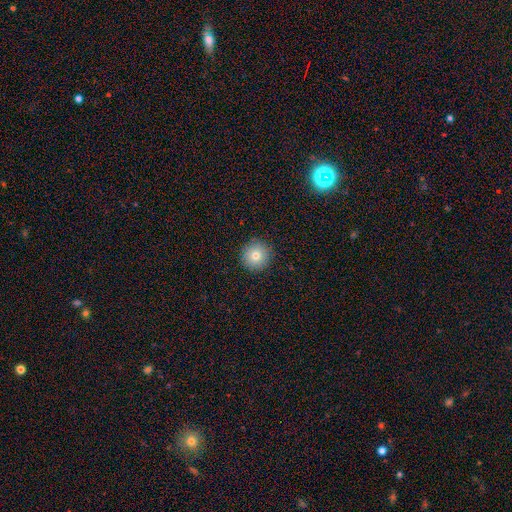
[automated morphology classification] A smooth galaxy with no disk features (77%) that is round (95%).

Vote fractions:
- Smooth or featured? smooth: 77% / star or artifact: 12% / featured or disk: 11%
- How rounded? round: 95% / in between: 4% / cigar-shaped: 1%
- Merging? none: 91% / minor disturbance: 6% / major disturbance: 2% / merger: 1%